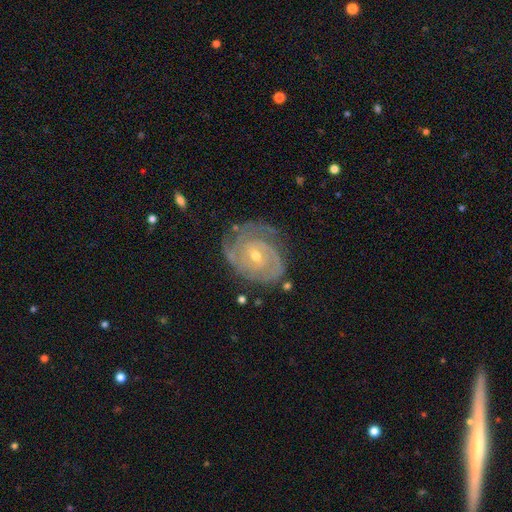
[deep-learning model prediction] smooth-or-featured: featured or disk: 89% | smooth: 6% | star or artifact: 5%
  disk-edge-on: no: 97% | yes: 3%
    bar: no: 58% | weak: 34% | strong: 8%
    has-spiral-arms: yes: 97% | no: 3%
      spiral-winding: tight: 75% | medium: 22% | loose: 4%
      spiral-arm-count: 2: 36% | 3: 24% | can't tell: 21% | 4: 8% | 1: 5% | more than 4: 5%
    bulge-size: small: 59% | moderate: 38% | large: 1% | none: 1% | dominant: 1%
  merging: none: 72% | minor disturbance: 19% | major disturbance: 7% | merger: 2%